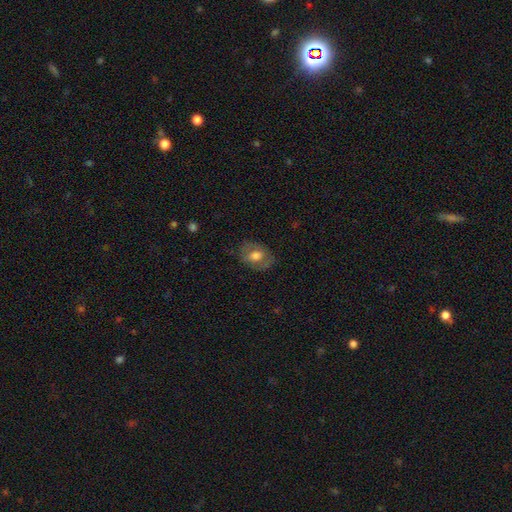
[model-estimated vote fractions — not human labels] Smooth or featured?
  - smooth: 58% *
  - featured or disk: 35%
  - star or artifact: 8%
How rounded?
  - in between: 71% *
  - round: 28%
  - cigar-shaped: 1%
Merging?
  - none: 75% *
  - minor disturbance: 17%
  - major disturbance: 7%
  - merger: 1%